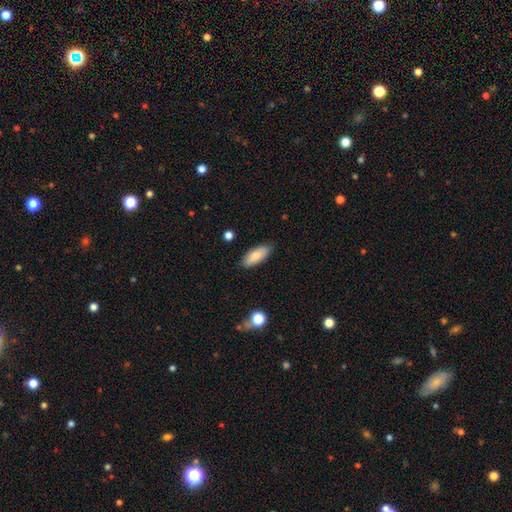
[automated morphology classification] This is likely a smooth galaxy (78%). How rounded: clearly in between (81%). Merging: clearly none (84%).